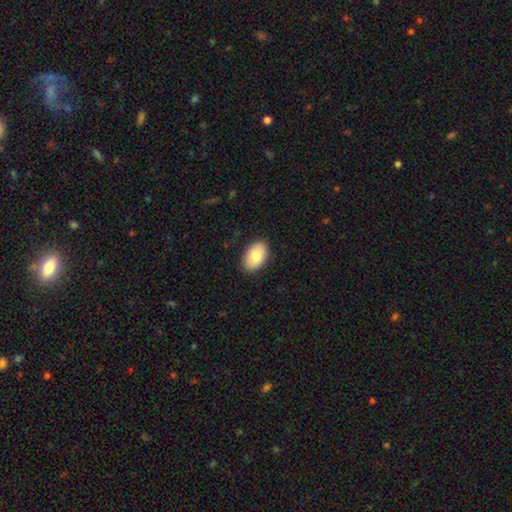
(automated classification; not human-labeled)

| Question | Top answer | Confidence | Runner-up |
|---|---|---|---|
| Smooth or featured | smooth | 83% | featured or disk (10%) |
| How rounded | in between | 93% | round (6%) |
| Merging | none | 88% | minor disturbance (9%) |